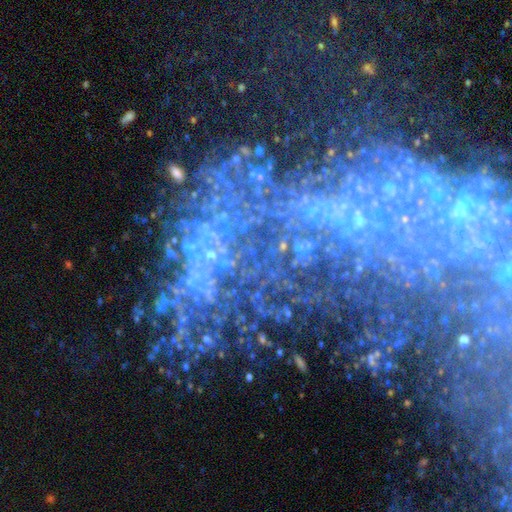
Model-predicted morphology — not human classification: A star or artifact, not a galaxy (45%).

Vote fractions:
- Smooth or featured? star or artifact: 45% / featured or disk: 41% / smooth: 13%